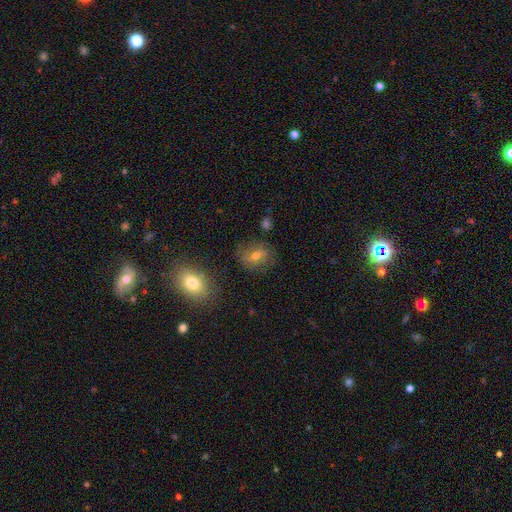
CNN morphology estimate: smooth 55%, featured or disk 32%, star or artifact 14%. Down the decision tree: how rounded — in between (50%); merging — none (75%).